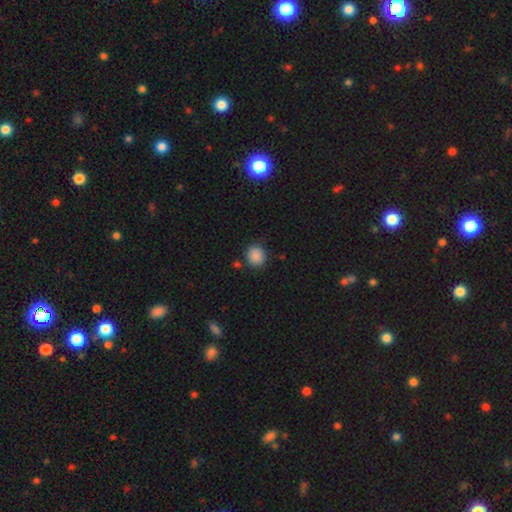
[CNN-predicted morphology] Smooth or featured? Predicted: smooth (p=0.88). How rounded? Predicted: round (p=0.83). Merging? Predicted: none (p=0.81).